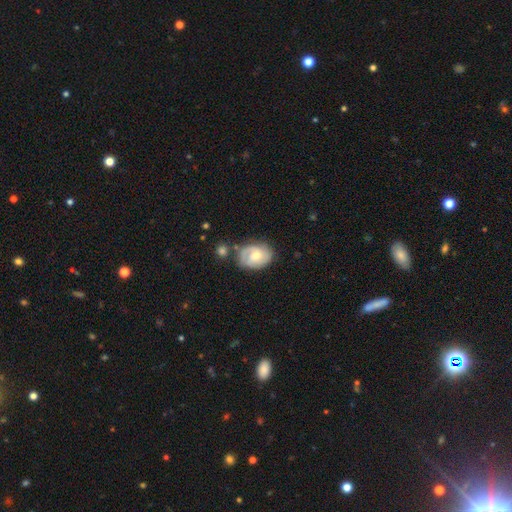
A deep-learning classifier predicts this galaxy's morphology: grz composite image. It shows a featured or disk galaxy (70%) with no bar (59%), 2 (62%) tight (52%) spiral arms (91%) and a moderate central bulge (56%). Merging: none (65%).